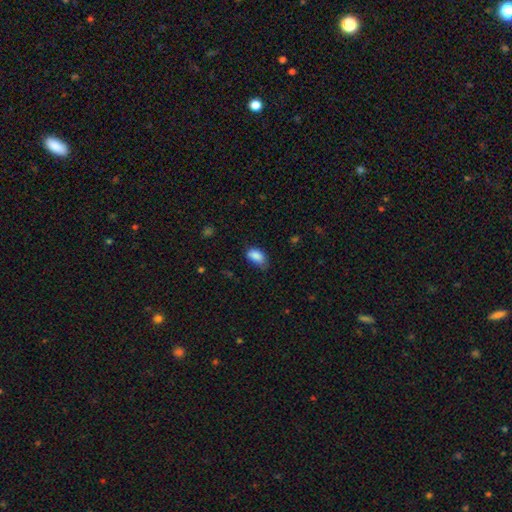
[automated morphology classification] Smooth or featured?
  - smooth: 87% *
  - star or artifact: 8%
  - featured or disk: 5%
How rounded?
  - in between: 91% *
  - round: 7%
  - cigar-shaped: 2%
Merging?
  - none: 58% *
  - minor disturbance: 33%
  - major disturbance: 7%
  - merger: 2%